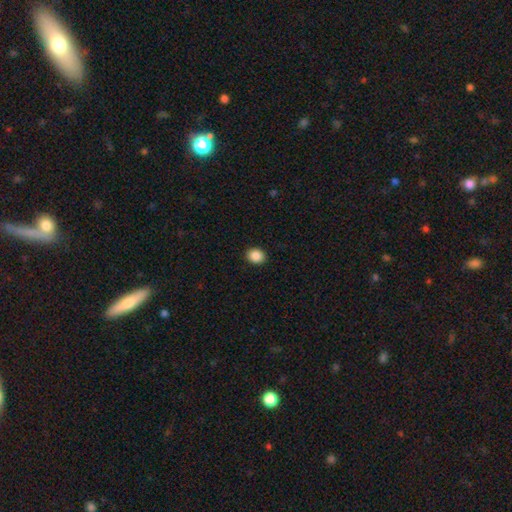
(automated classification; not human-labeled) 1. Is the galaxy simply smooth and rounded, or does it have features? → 88% smooth, 9% star or artifact, 3% featured or disk.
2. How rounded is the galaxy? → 66% round, 33% in between, 1% cigar-shaped.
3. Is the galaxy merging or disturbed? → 91% none, 6% minor disturbance, 2% major disturbance, 1% merger.